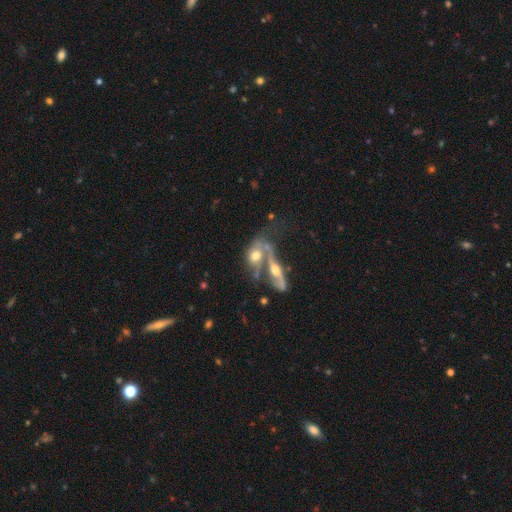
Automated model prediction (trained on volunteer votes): A featured or disk galaxy (58%).

Vote fractions:
- Smooth or featured? featured or disk: 58% / smooth: 33% / star or artifact: 9%
- Edge-on disk? no: 73% / yes: 27%
- Merging? merger: 66% / none: 16% / major disturbance: 10% / minor disturbance: 8%